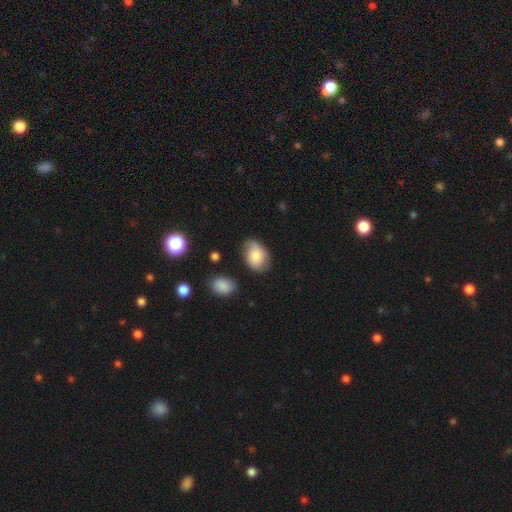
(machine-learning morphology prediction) Smooth or featured: smooth — 75% (featured or disk — 17%)
How rounded: in between — 80% (round — 19%)
Merging: none — 63% (minor disturbance — 28%)